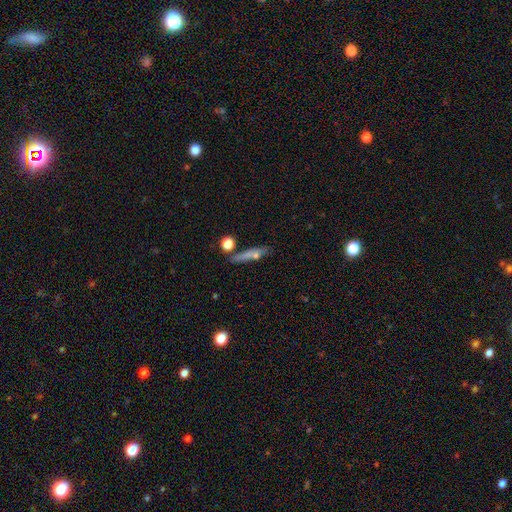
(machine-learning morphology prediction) A smooth galaxy with no disk features (47%).

Vote fractions:
- Smooth or featured? smooth: 47% / featured or disk: 42% / star or artifact: 12%
- Merging? none: 73% / minor disturbance: 14% / merger: 8% / major disturbance: 5%